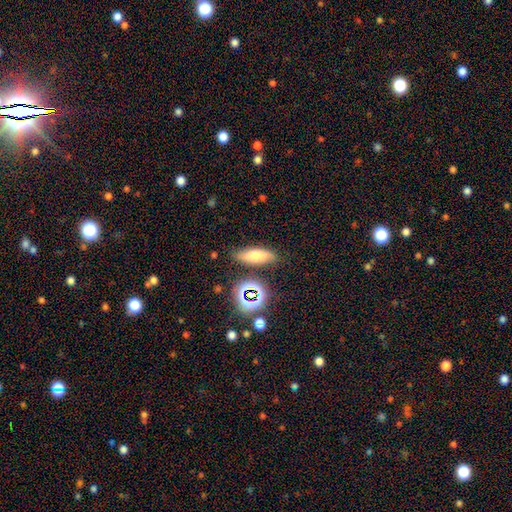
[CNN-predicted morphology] Smooth or featured? smooth (69%)
How rounded? in between (54%)
Merging? none (79%)